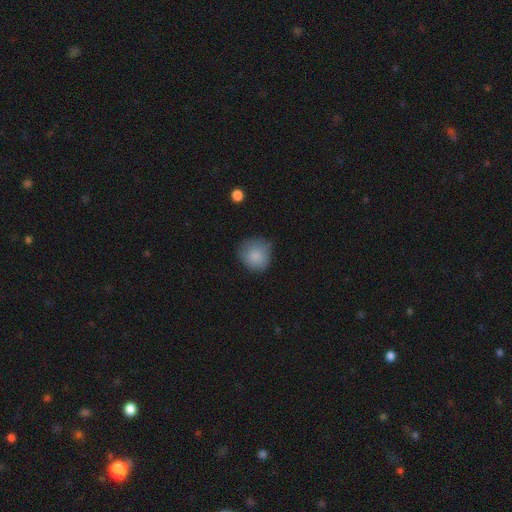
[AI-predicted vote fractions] This appears to be a smooth galaxy with no disk features (85%) that is round (86%). Merging: none (66%).